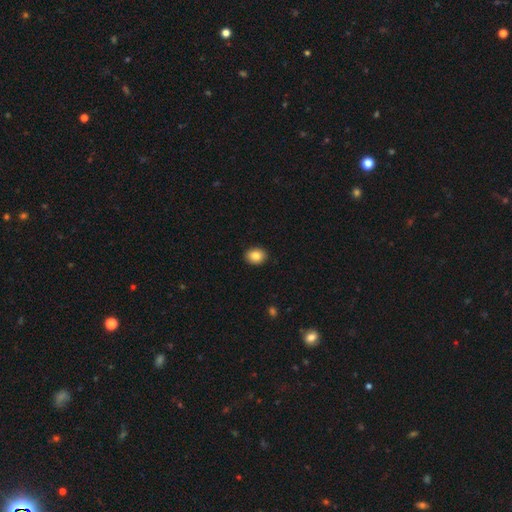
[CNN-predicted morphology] This is clearly a smooth galaxy (86%). How rounded: possibly in between (53%). Merging: clearly none (90%).